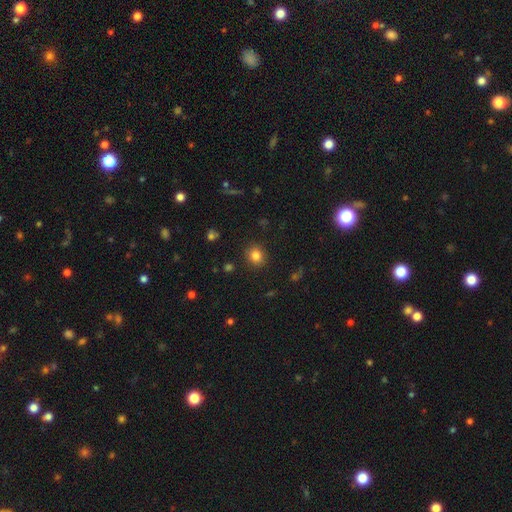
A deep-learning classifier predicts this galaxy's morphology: Smooth or featured?
  - smooth: 82% *
  - star or artifact: 12%
  - featured or disk: 6%
How rounded?
  - round: 81% *
  - in between: 18%
  - cigar-shaped: 1%
Merging?
  - none: 90% *
  - minor disturbance: 7%
  - major disturbance: 2%
  - merger: 1%